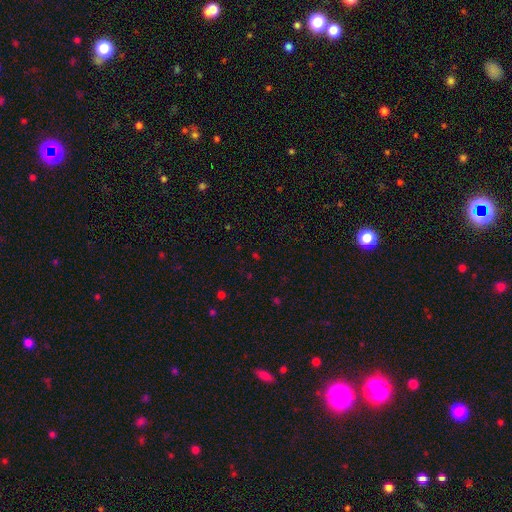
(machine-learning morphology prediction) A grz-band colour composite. It shows a star or artifact, not a galaxy (61%).